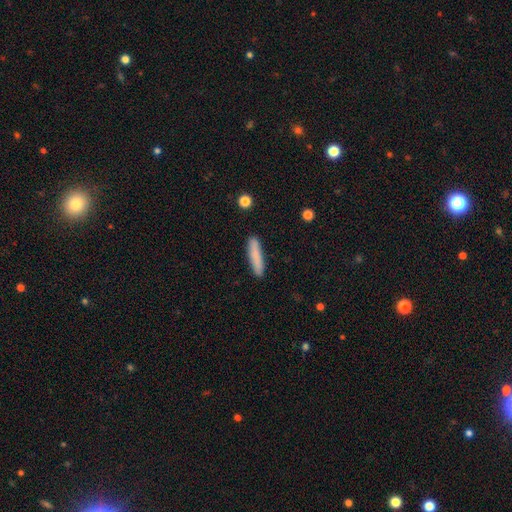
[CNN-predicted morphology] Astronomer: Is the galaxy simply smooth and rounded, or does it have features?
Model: smooth — 83%.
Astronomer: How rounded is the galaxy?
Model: cigar-shaped — 88%.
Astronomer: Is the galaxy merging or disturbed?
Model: none — 89%.